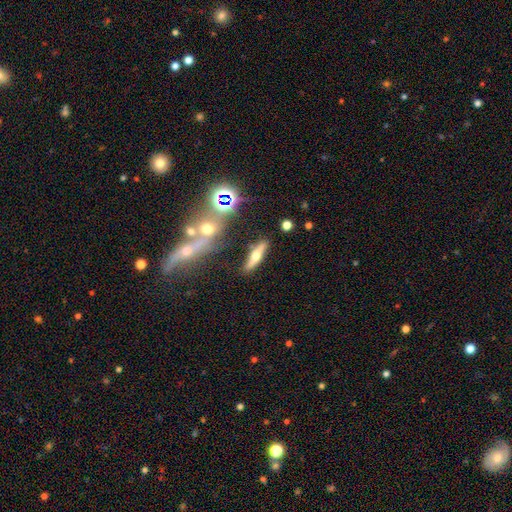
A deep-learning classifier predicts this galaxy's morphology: Smooth or featured? Predicted: featured or disk (p=0.52). Edge-on disk? Predicted: yes (p=0.89). Merging? Predicted: none (p=0.83).